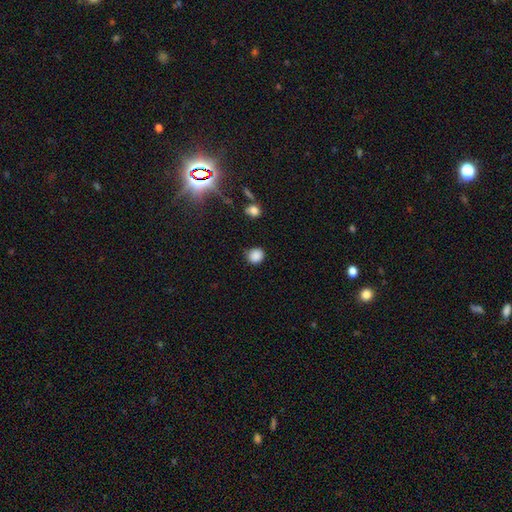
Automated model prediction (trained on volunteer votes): Overall: smooth (85%). How rounded: round (85%). Merging: none (80%).